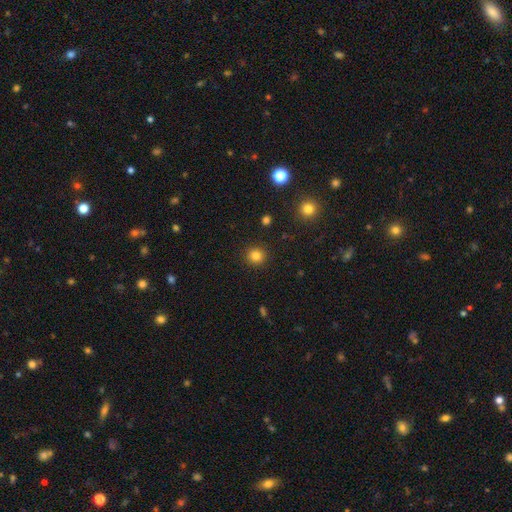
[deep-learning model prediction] Smooth or featured: smooth — 82% (star or artifact — 13%)
How rounded: round — 92% (in between — 7%)
Merging: none — 91% (minor disturbance — 6%)